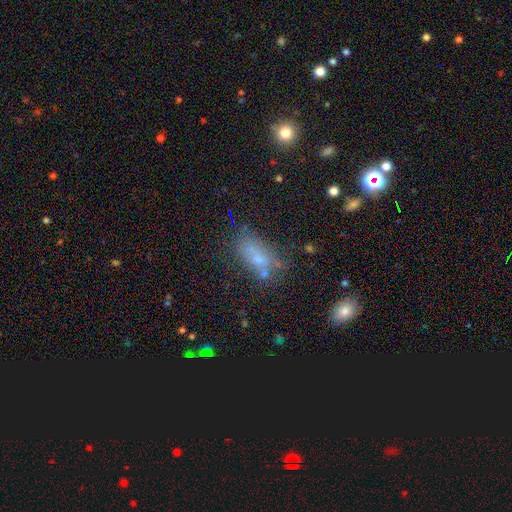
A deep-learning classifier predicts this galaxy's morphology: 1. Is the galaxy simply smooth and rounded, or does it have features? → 44% smooth, 35% star or artifact, 21% featured or disk.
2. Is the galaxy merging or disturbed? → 61% none, 18% minor disturbance, 12% merger, 9% major disturbance.